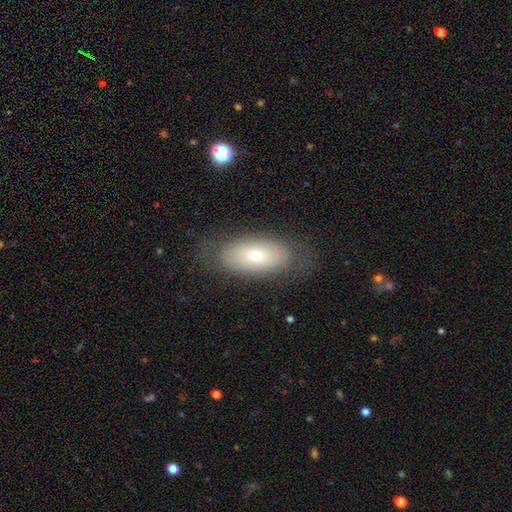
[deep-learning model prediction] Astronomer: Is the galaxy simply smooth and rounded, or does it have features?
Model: smooth — 61%.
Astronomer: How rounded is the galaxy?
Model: in between — 89%.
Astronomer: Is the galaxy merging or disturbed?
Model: none — 76%.